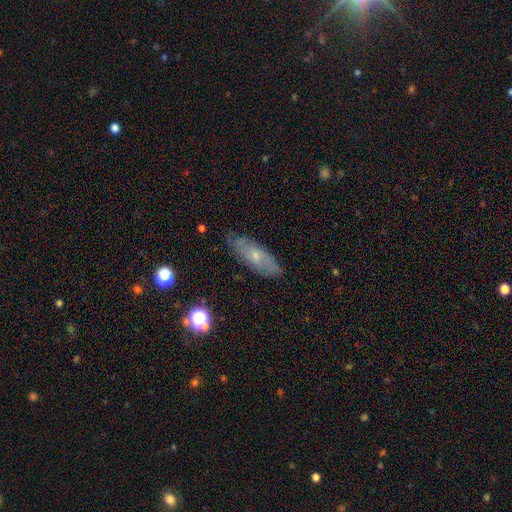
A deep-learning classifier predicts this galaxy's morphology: type=featured or disk (49%); merging=none (77%).